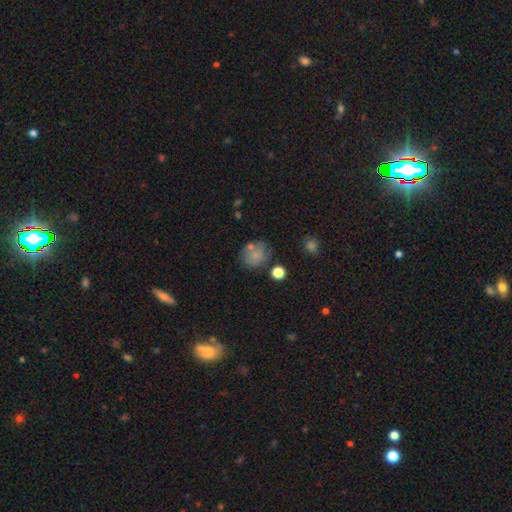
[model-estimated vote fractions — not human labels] Morphology: type=smooth (72%); roundness=round (64%); merging=none (59%).